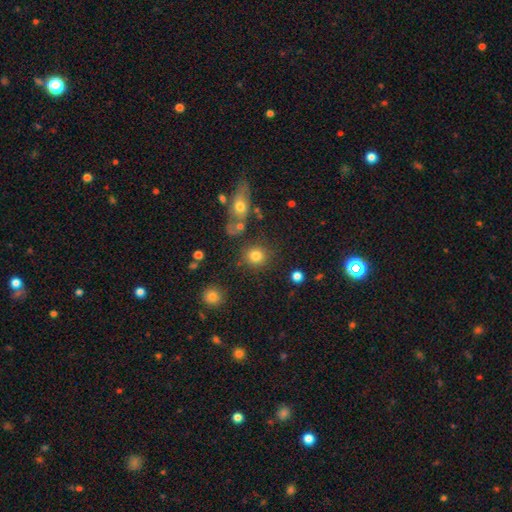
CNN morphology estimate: smooth-or-featured: smooth: 81% | star or artifact: 12% | featured or disk: 7%
  how-rounded: round: 87% | in between: 12% | cigar-shaped: 1%
  merging: none: 79% | minor disturbance: 9% | merger: 7% | major disturbance: 4%